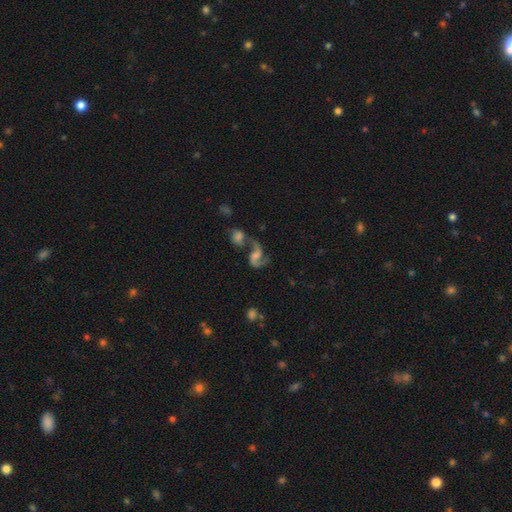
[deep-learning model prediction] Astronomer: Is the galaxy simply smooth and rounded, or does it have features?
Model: featured or disk — 81%.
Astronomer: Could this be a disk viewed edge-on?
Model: no — 97%.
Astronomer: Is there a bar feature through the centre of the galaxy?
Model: no — 47% (runner-up: weak, 40%).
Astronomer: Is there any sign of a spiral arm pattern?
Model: yes — 94%.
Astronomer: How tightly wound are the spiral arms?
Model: loose — 65%.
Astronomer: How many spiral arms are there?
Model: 2 — 87%.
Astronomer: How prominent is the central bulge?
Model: moderate — 32% (runner-up: small, 27%).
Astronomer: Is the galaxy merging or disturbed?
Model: merger — 46% (runner-up: none, 30%).